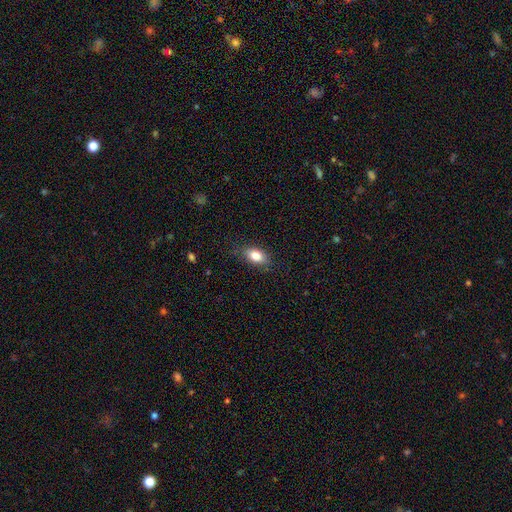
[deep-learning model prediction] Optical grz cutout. It shows a smooth galaxy with no disk features (81%) that is in between round and cigar-shaped (86%). Merging: none (81%).